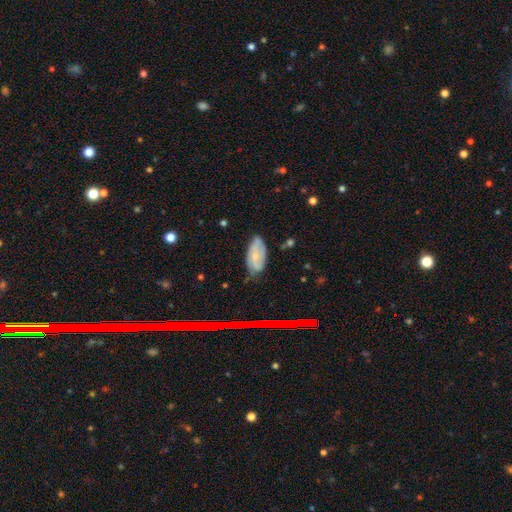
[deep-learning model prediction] Q: Smooth or featured?
A: smooth (51%); runner-up: featured or disk (40%)
Q: How rounded?
A: in between (90%); runner-up: cigar-shaped (7%)
Q: Merging?
A: none (60%); runner-up: minor disturbance (31%)